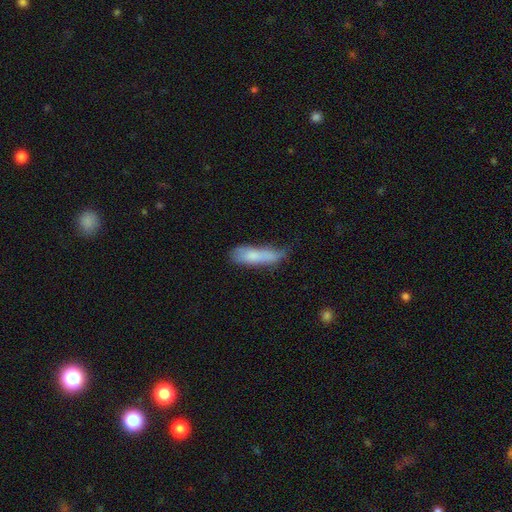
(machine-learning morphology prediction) Smooth or featured: smooth — 73% (featured or disk — 20%)
How rounded: cigar-shaped — 63% (in between — 35%)
Merging: none — 42% (minor disturbance — 37%)